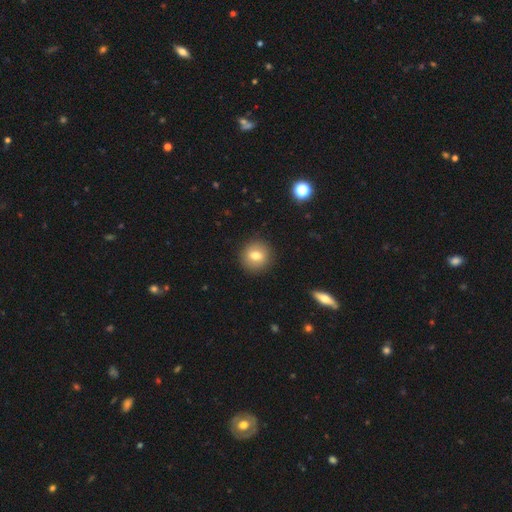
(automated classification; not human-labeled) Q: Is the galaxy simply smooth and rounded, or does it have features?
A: smooth — 76%.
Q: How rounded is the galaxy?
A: round — 90%.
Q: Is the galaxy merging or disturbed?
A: none — 91%.